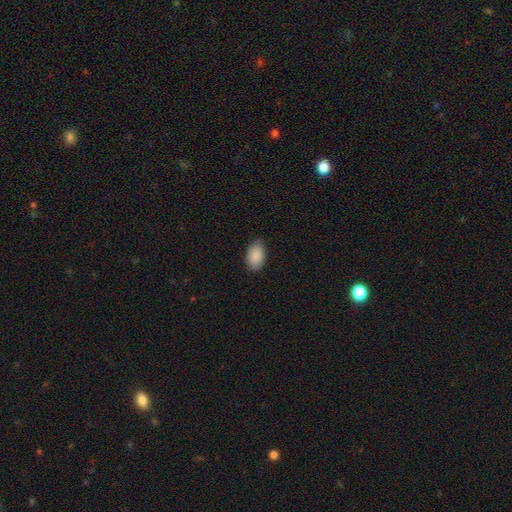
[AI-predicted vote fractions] Overall: smooth (90%). How rounded: in between (92%). Merging: none (84%).